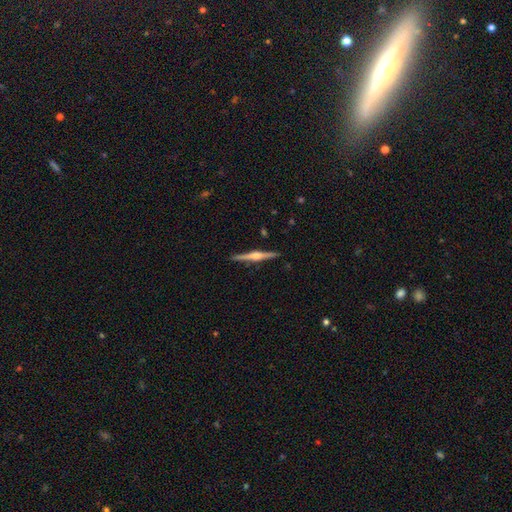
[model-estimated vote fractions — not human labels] Smooth or featured? featured or disk (79%)
Edge-on disk? yes (99%)
Edge-on bulge? rounded (85%)
Merging? none (92%)